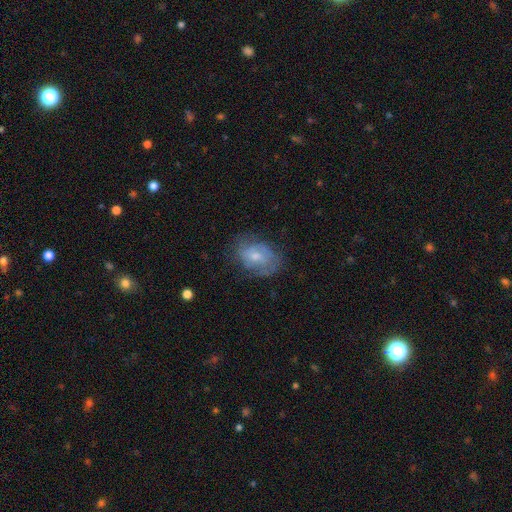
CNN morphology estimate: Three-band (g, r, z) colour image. It shows a featured or disk galaxy (48%). Merging: none (61%).